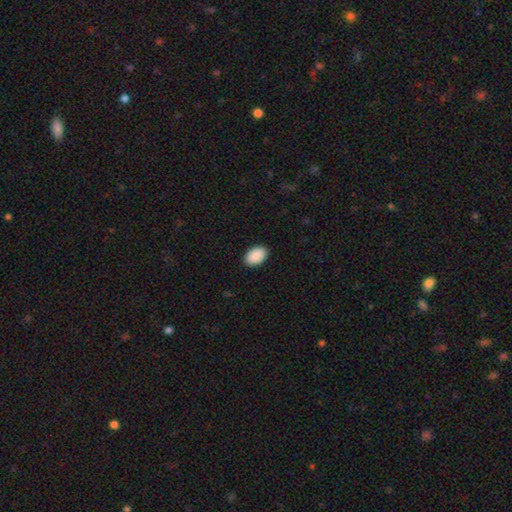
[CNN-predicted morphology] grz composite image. It shows a smooth galaxy with no disk features (92%) that is in between round and cigar-shaped (93%). Merging: none (90%).